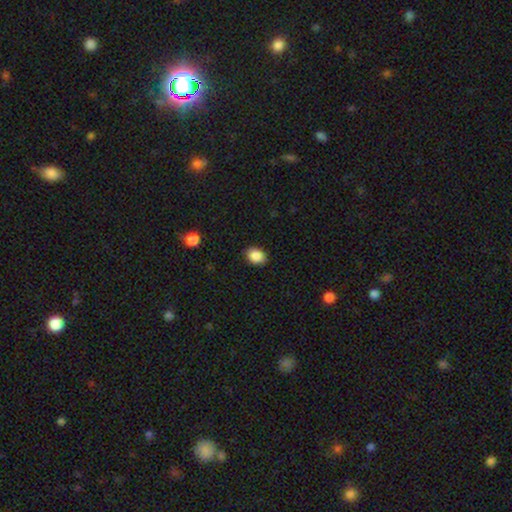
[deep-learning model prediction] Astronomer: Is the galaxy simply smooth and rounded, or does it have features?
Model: smooth — 88%.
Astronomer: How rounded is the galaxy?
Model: in between — 64%.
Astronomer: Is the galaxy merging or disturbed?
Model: none — 87%.